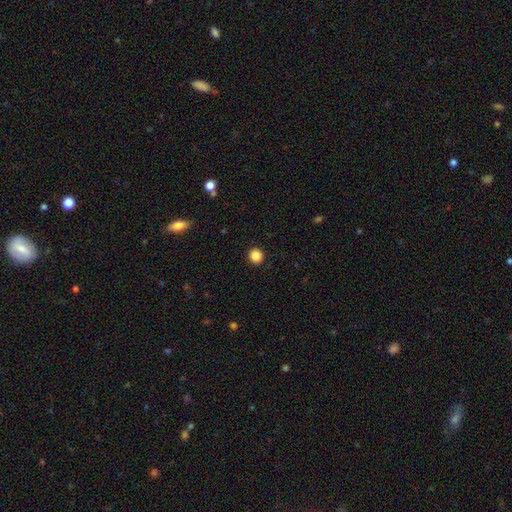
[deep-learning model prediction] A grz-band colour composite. It shows a smooth galaxy with no disk features (87%) that is round (91%). Merging: none (92%).